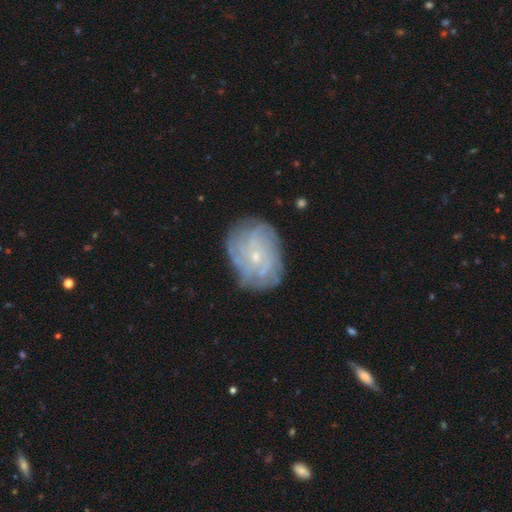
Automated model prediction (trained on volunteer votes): A featured or disk galaxy (67%) with no bar (76%), tight (61%) spiral arms (82%) and a small central bulge (79%). Merging: none (76%).